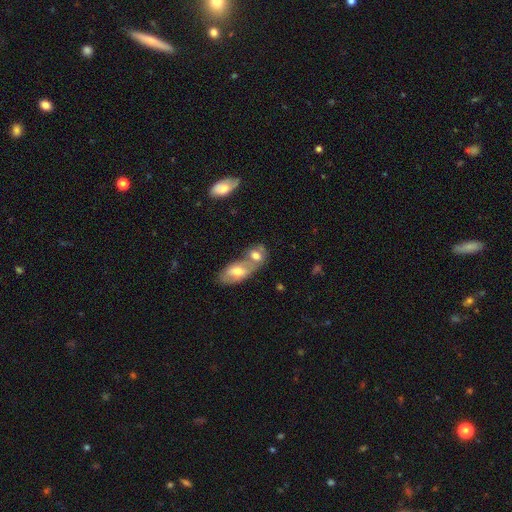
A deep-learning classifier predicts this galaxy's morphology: smooth-or-featured: smooth: 64% | featured or disk: 27% | star or artifact: 9%
  how-rounded: in between: 79% | round: 16% | cigar-shaped: 4%
  merging: merger: 63% | none: 25% | minor disturbance: 8% | major disturbance: 4%